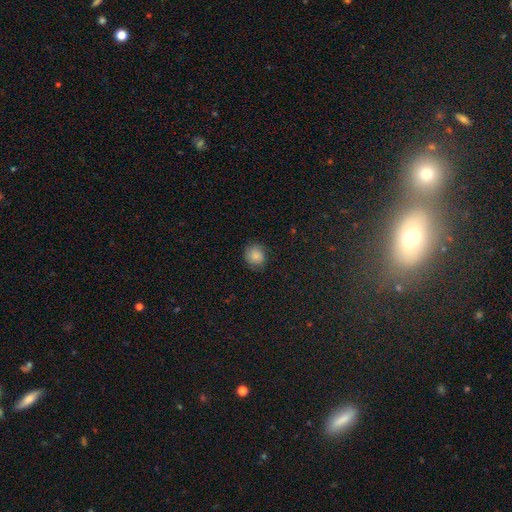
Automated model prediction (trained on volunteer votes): Overall: smooth (81%). How rounded: round (83%). Merging: none (79%).